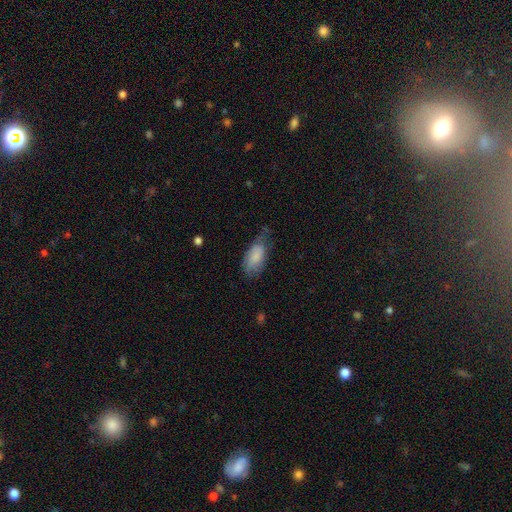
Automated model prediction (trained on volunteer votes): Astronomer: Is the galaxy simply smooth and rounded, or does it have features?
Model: smooth — 78%.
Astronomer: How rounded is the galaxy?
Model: in between — 91%.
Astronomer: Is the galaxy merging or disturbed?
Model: none — 45% (runner-up: minor disturbance, 38%).